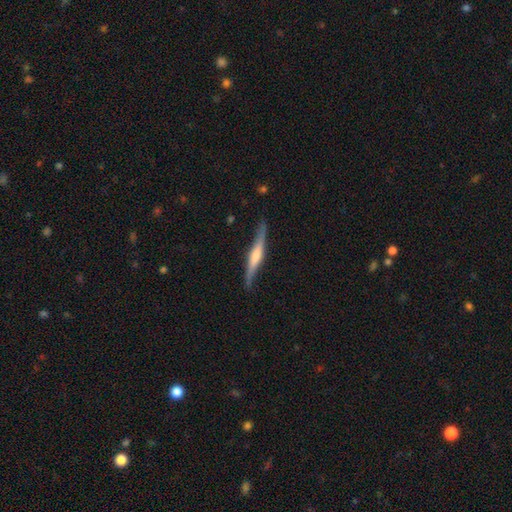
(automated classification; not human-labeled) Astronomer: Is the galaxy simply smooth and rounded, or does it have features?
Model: featured or disk — 70%.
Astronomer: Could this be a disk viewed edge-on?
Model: yes — 94%.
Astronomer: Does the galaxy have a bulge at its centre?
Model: rounded — 68%.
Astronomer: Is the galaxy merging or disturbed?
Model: none — 82%.